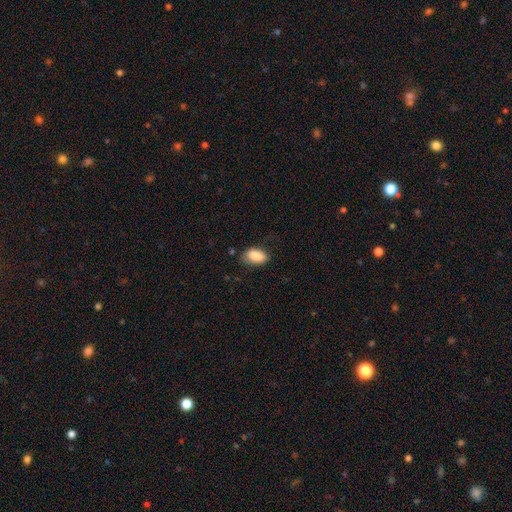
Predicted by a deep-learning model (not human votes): Q: Smooth or featured?
A: smooth (87%); runner-up: star or artifact (7%)
Q: How rounded?
A: in between (91%); runner-up: round (7%)
Q: Merging?
A: none (70%); runner-up: minor disturbance (23%)